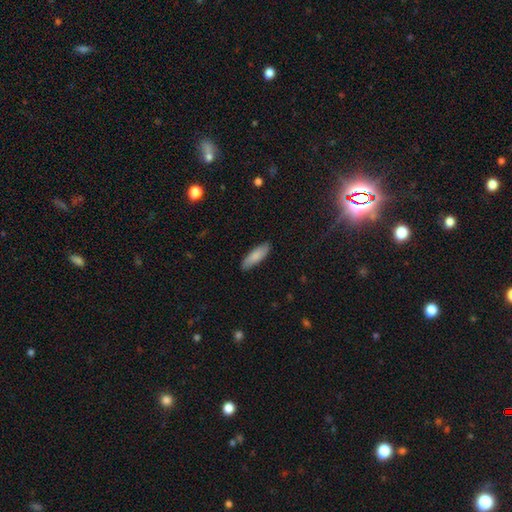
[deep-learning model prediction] This appears to be a smooth galaxy with no disk features (85%) that is in between round and cigar-shaped (51%). Merging: none (87%).